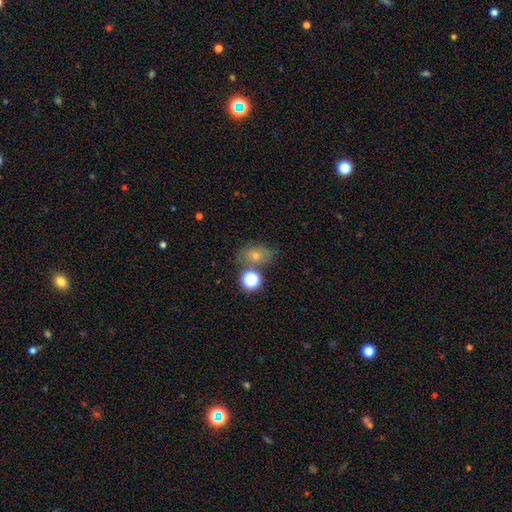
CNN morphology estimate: Smooth or featured: smooth — 68% (star or artifact — 16%)
How rounded: in between — 65% (round — 33%)
Merging: none — 62% (merger — 16%)